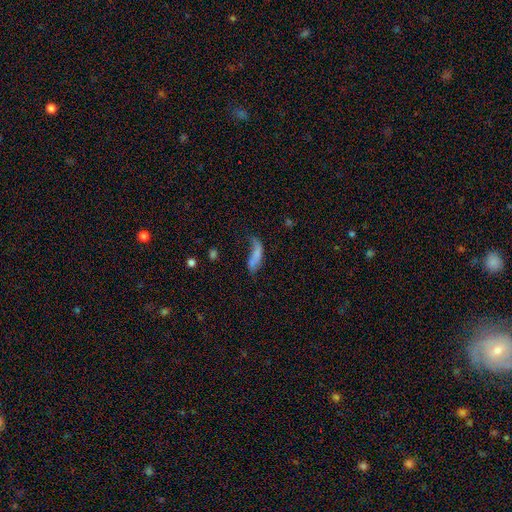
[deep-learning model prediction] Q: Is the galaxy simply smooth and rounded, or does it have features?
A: smooth — 59%.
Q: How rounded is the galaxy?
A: in between — 60%.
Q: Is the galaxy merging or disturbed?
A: major disturbance — 37%.